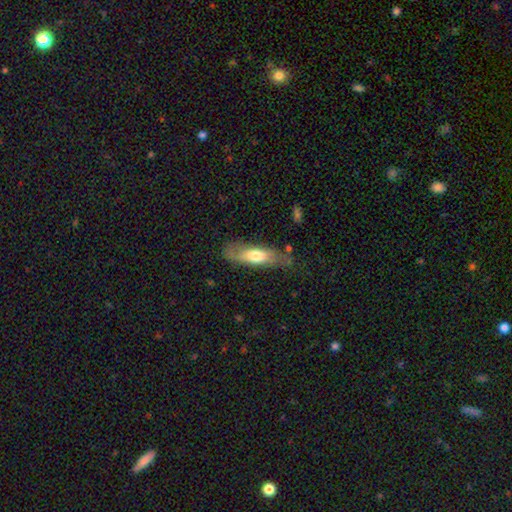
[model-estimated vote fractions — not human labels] Smooth or featured? Predicted: smooth (p=0.59). How rounded? Predicted: in between (p=0.52). Merging? Predicted: none (p=0.65).